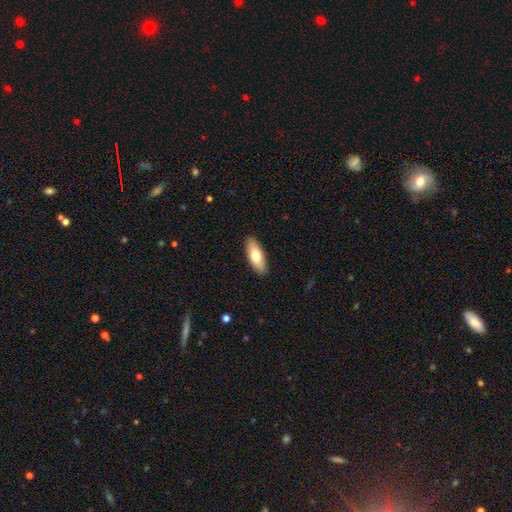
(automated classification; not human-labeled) Smooth or featured?
  - smooth: 74% *
  - featured or disk: 21%
  - star or artifact: 5%
How rounded?
  - in between: 74% *
  - cigar-shaped: 24%
  - round: 2%
Merging?
  - none: 89% *
  - minor disturbance: 8%
  - major disturbance: 2%
  - merger: 1%